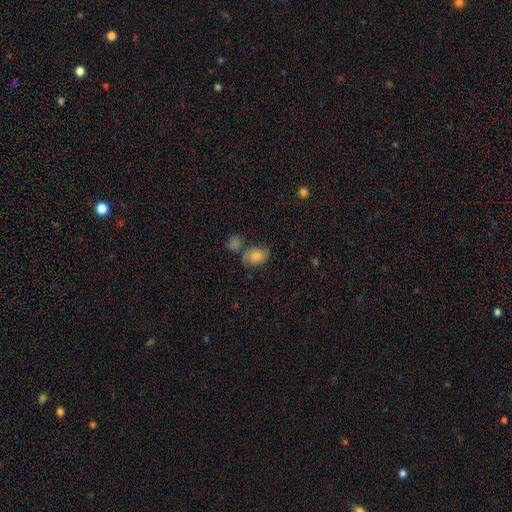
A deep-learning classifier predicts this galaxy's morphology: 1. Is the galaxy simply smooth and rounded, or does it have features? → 69% smooth, 20% featured or disk, 11% star or artifact.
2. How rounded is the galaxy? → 62% in between, 37% round, 1% cigar-shaped.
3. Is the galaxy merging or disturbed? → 54% none, 20% minor disturbance, 19% merger, 8% major disturbance.